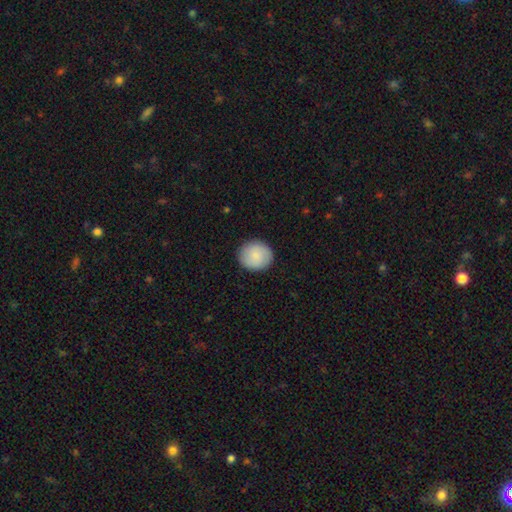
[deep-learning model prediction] This is clearly a smooth galaxy (84%). How rounded: clearly round (86%). Merging: clearly none (90%).